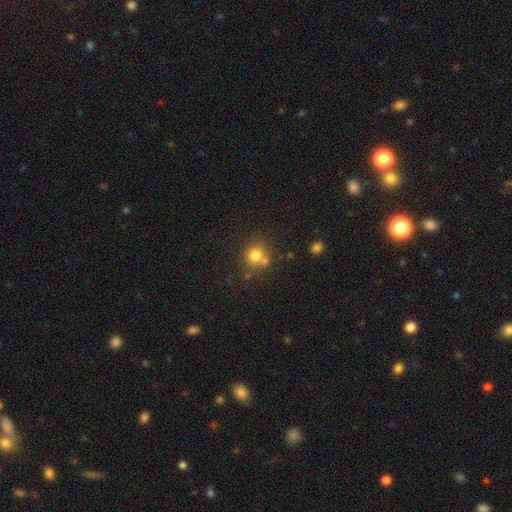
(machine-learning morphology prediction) A smooth galaxy with no disk features (77%) that is round (88%).

Vote fractions:
- Smooth or featured? smooth: 77% / star or artifact: 13% / featured or disk: 9%
- How rounded? round: 88% / in between: 11% / cigar-shaped: 1%
- Merging? none: 64% / merger: 22% / minor disturbance: 11% / major disturbance: 4%